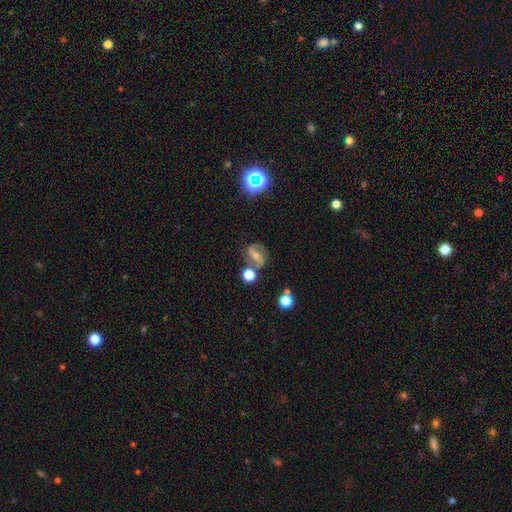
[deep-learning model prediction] Smooth or featured: featured or disk — 61% (smooth — 25%)
Edge-on disk: no — 95% (yes — 5%)
Bar: strong — 48% (weak — 32%)
Spiral arms: yes — 81% (no — 19%)
Bulge size: small — 47% (moderate — 45%)
Merging: none — 64% (minor disturbance — 16%)